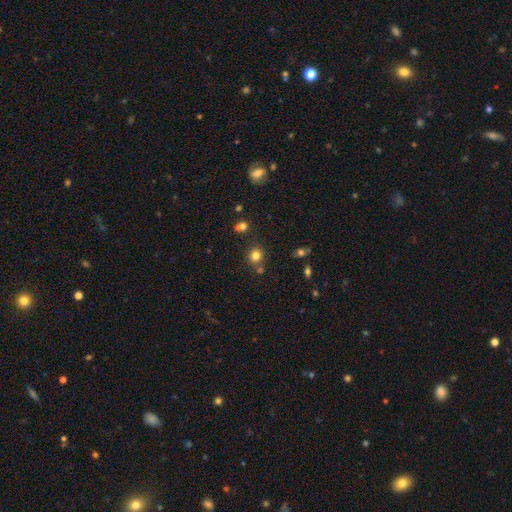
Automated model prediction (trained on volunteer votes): smooth-or-featured: smooth: 78% | star or artifact: 15% | featured or disk: 6%
  how-rounded: round: 89% | in between: 10% | cigar-shaped: 1%
  merging: none: 76% | merger: 11% | minor disturbance: 9% | major disturbance: 3%